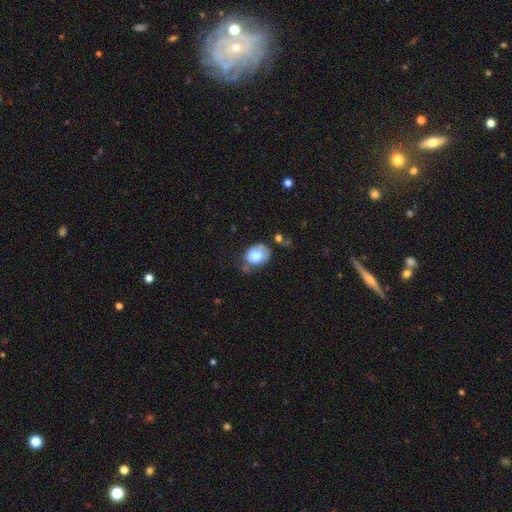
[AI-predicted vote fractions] smooth 76%, featured or disk 17%, star or artifact 8%. Down the decision tree: how rounded — in between (50%); merging — none (46%).